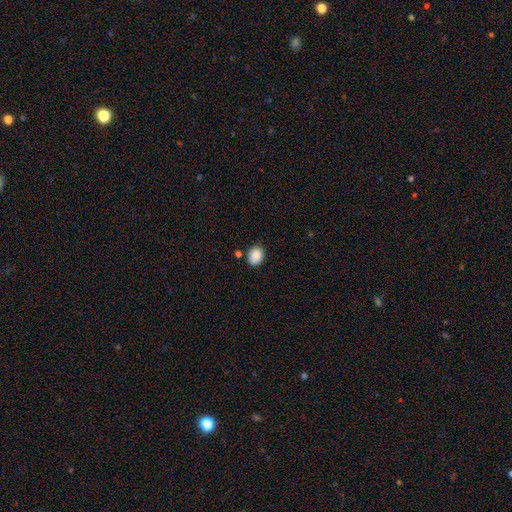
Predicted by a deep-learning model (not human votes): smooth-or-featured: smooth: 88% | star or artifact: 9% | featured or disk: 3%
  how-rounded: in between: 50% | round: 49% | cigar-shaped: 1%
  merging: none: 79% | minor disturbance: 13% | merger: 5% | major disturbance: 3%